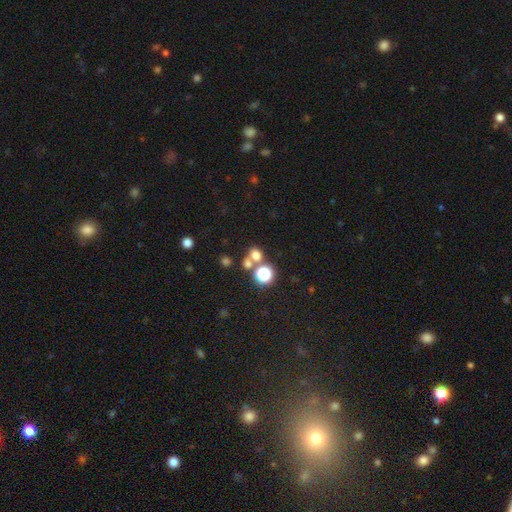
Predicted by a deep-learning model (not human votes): smooth-or-featured: smooth: 66% | star or artifact: 25% | featured or disk: 9%
  how-rounded: round: 79% | in between: 20% | cigar-shaped: 1%
  merging: none: 57% | merger: 32% | minor disturbance: 7% | major disturbance: 4%